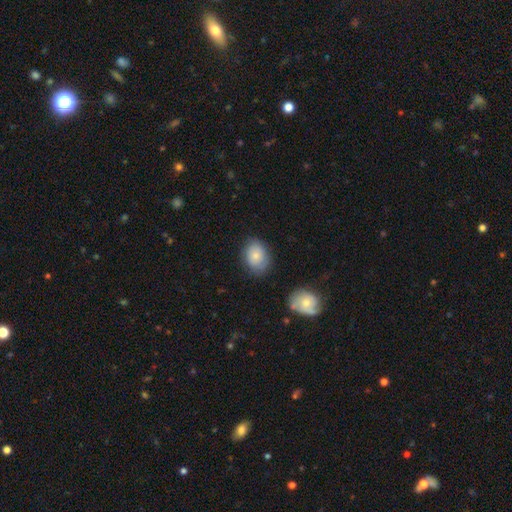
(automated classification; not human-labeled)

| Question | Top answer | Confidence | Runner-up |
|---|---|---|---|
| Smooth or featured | smooth | 78% | featured or disk (14%) |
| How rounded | in between | 66% | round (33%) |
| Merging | none | 76% | minor disturbance (18%) |